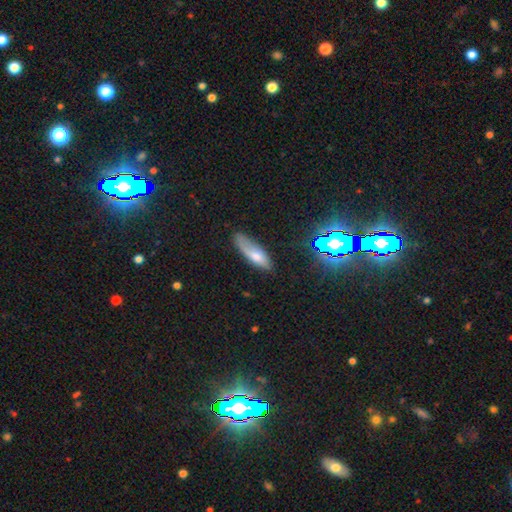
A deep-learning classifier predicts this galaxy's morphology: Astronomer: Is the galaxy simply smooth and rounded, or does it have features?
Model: smooth — 62%.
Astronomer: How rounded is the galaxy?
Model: in between — 50% (runner-up: cigar-shaped, 47%).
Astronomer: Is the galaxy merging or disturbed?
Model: none — 55% (runner-up: minor disturbance, 32%).